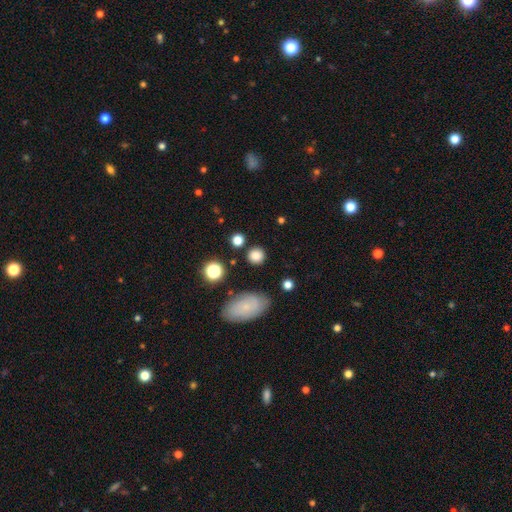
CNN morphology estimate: smooth 81%, star or artifact 13%, featured or disk 6%. Down the decision tree: how rounded — round (88%); merging — none (85%).